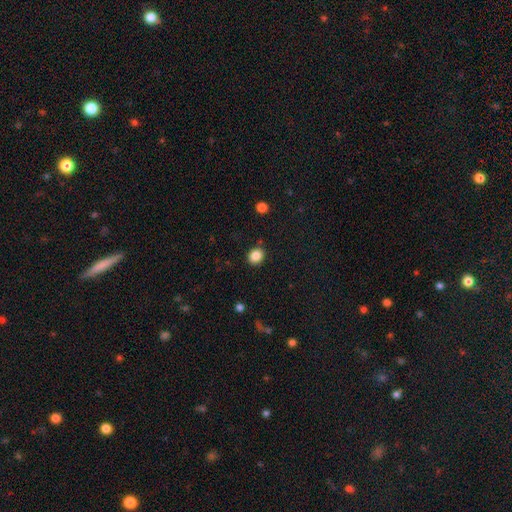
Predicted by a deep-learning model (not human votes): smooth_or_featured: smooth (p=0.86) [alt: star or artifact p=0.10]
how_rounded: round (p=0.65) [alt: in between p=0.34]
merging: none (p=0.86) [alt: minor disturbance p=0.09]